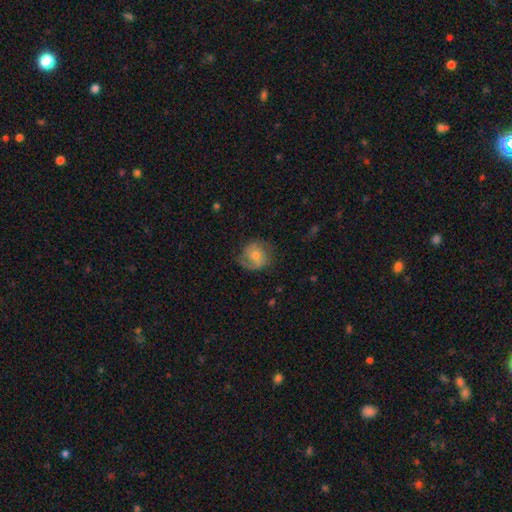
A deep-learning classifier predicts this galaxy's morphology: type=featured or disk (57%); edge-on=no (97%); bar=no (59%); spiral arms=yes (89%); bulge=moderate (49%); merging=none (67%).